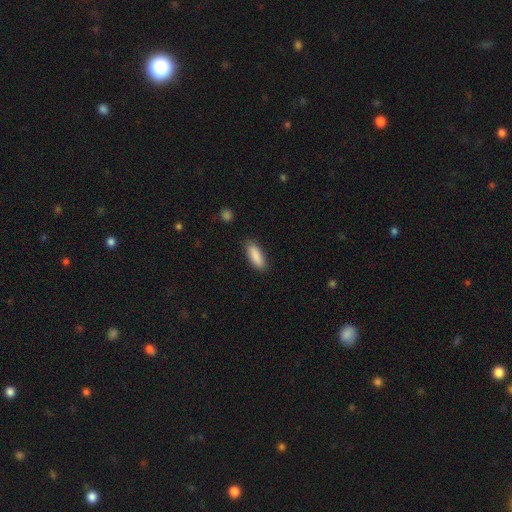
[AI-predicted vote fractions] Smooth or featured? Predicted: smooth (p=0.89). How rounded? Predicted: in between (p=0.60). Merging? Predicted: none (p=0.87).